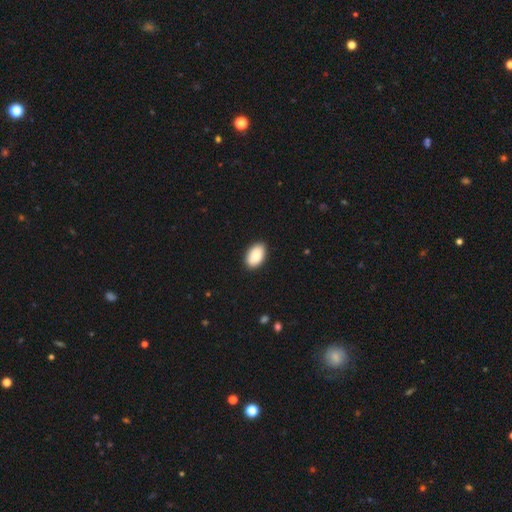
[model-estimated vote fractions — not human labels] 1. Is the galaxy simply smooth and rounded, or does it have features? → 89% smooth, 6% star or artifact, 5% featured or disk.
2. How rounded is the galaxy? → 93% in between, 5% round, 1% cigar-shaped.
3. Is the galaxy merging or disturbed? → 89% none, 8% minor disturbance, 2% major disturbance, 1% merger.